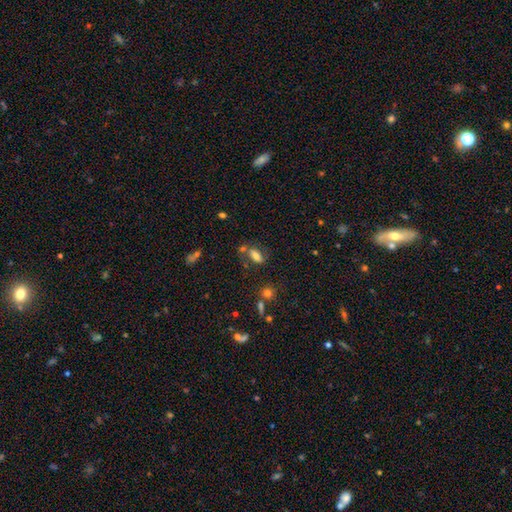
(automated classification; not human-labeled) A smooth galaxy with no disk features (67%) that is in between round and cigar-shaped (79%). Merging: none (56%).